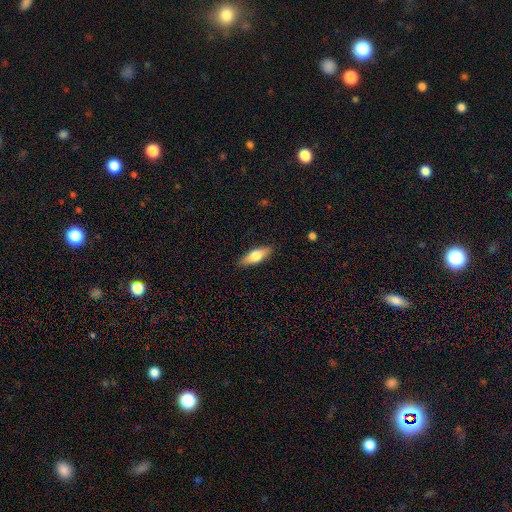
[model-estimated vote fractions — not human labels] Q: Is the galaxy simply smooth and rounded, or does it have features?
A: smooth — 64%.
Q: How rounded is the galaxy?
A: in between — 57%.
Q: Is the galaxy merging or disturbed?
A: none — 89%.